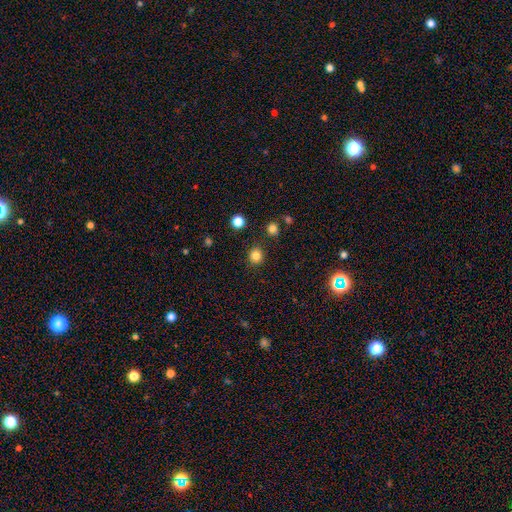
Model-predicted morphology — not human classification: smooth_or_featured: smooth (p=0.83) [alt: star or artifact p=0.13]
how_rounded: round (p=0.88) [alt: in between p=0.12]
merging: none (p=0.88) [alt: minor disturbance p=0.07]